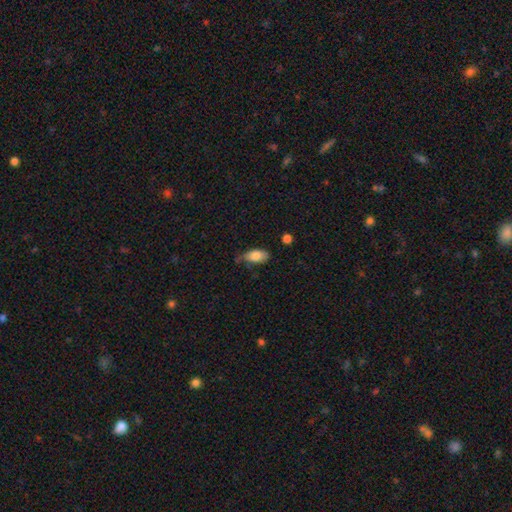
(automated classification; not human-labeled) Smooth or featured? Predicted: smooth (p=0.80). How rounded? Predicted: in between (p=0.90). Merging? Predicted: none (p=0.51).